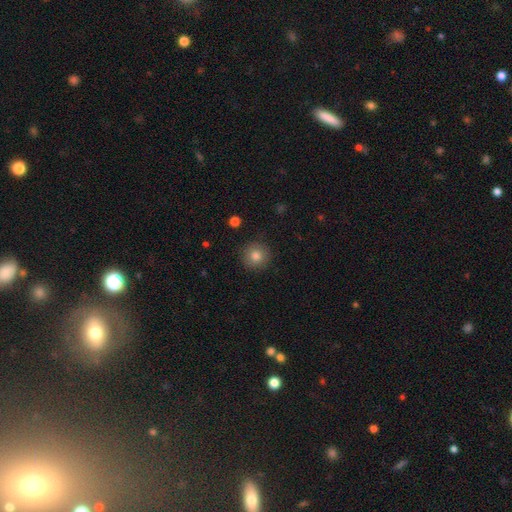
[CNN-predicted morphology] smooth-or-featured: smooth: 83% | star or artifact: 10% | featured or disk: 7%
  how-rounded: round: 94% | in between: 5% | cigar-shaped: 1%
  merging: none: 90% | minor disturbance: 7% | major disturbance: 2% | merger: 1%